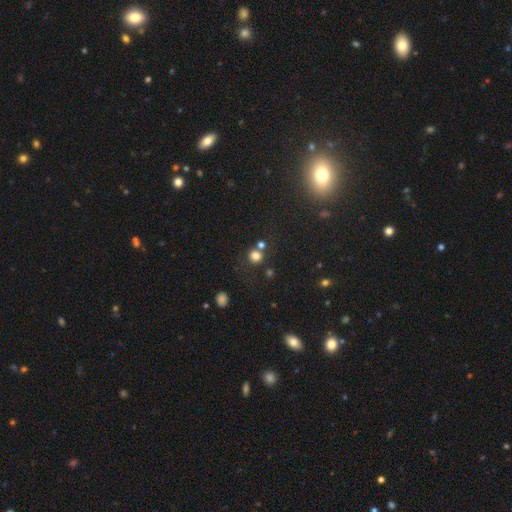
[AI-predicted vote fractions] smooth_or_featured: smooth (p=0.77) [alt: star or artifact p=0.17]
how_rounded: round (p=0.87) [alt: in between p=0.12]
merging: none (p=0.63) [alt: merger p=0.21]